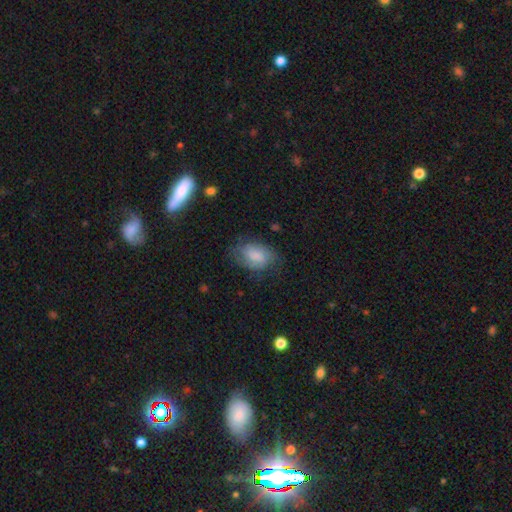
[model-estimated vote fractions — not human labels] Overall: smooth (65%; featured or disk 27%). How rounded: in between (84%). Merging: none (60%; minor disturbance 26%).